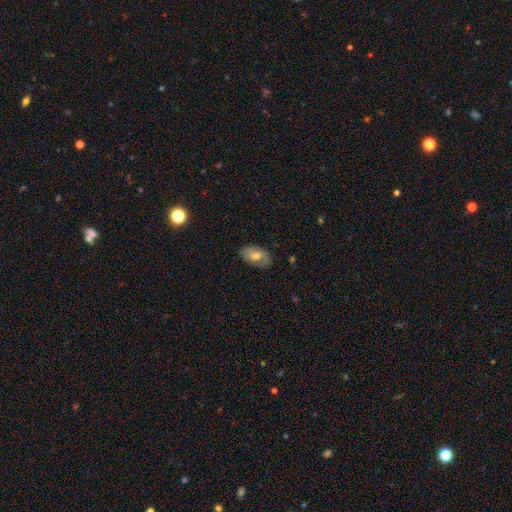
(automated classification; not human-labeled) The model was most divided on "smooth or featured": smooth: 61%, featured or disk: 32%, star or artifact: 7%. More confident: how rounded — in between (92%); merging — none (79%).